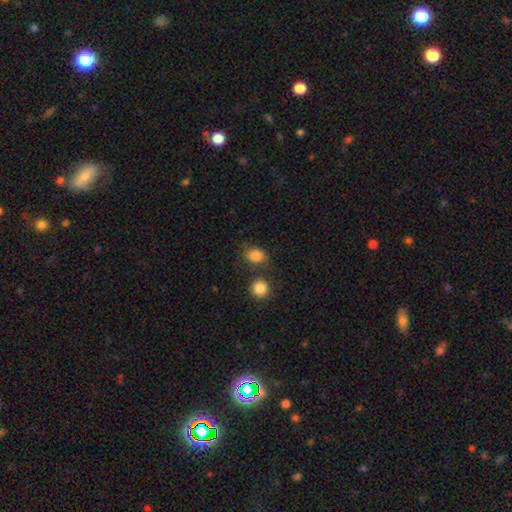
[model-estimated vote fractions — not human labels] A smooth galaxy with no disk features (85%) that is round (53%).

Vote fractions:
- Smooth or featured? smooth: 85% / star or artifact: 10% / featured or disk: 5%
- How rounded? round: 53% / in between: 46% / cigar-shaped: 1%
- Merging? none: 64% / minor disturbance: 17% / merger: 13% / major disturbance: 6%